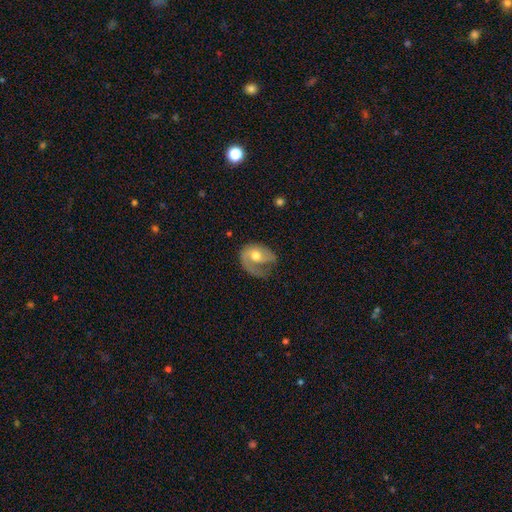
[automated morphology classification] Smooth or featured? featured or disk (60%)
Edge-on disk? no (97%)
Bar? no (74%)
Spiral arms? yes (79%)
Bulge size? moderate (74%)
Merging? major disturbance (39%)